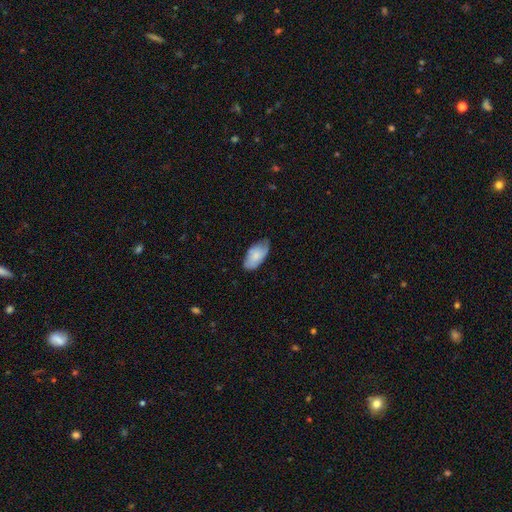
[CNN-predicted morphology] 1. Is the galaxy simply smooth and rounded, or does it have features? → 73% smooth, 21% featured or disk, 6% star or artifact.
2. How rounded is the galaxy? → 94% in between, 3% cigar-shaped, 3% round.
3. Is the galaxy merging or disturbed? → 61% none, 32% minor disturbance, 6% major disturbance, 1% merger.